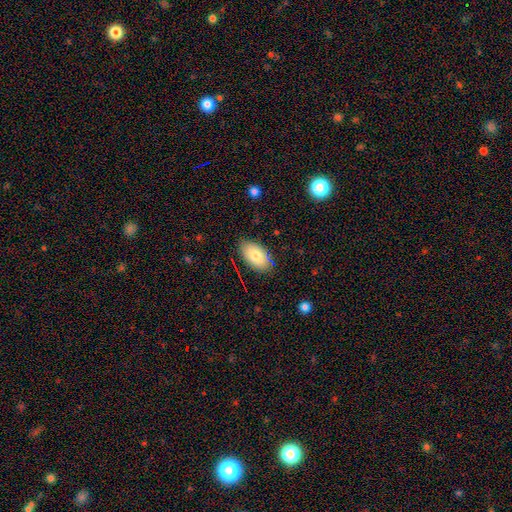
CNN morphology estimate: Smooth or featured: smooth — 81% (featured or disk — 12%)
How rounded: in between — 93% (round — 4%)
Merging: none — 83% (minor disturbance — 13%)